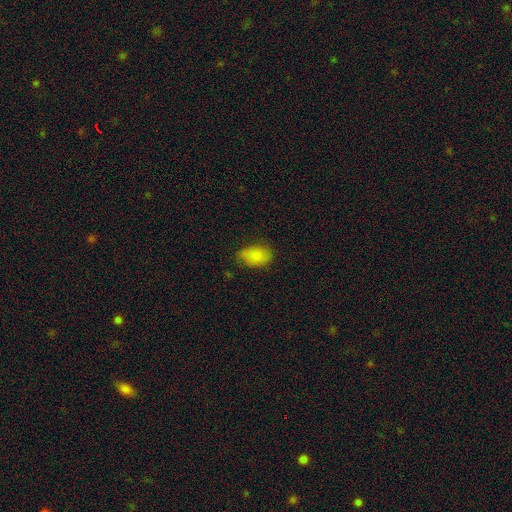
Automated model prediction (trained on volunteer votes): Overall: smooth (85%). How rounded: in between (86%). Merging: none (71%).